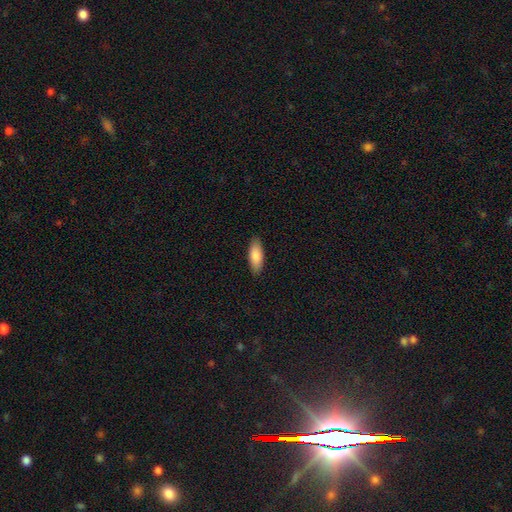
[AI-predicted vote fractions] This is clearly a smooth galaxy (85%). How rounded: likely in between (72%). Merging: clearly none (89%).